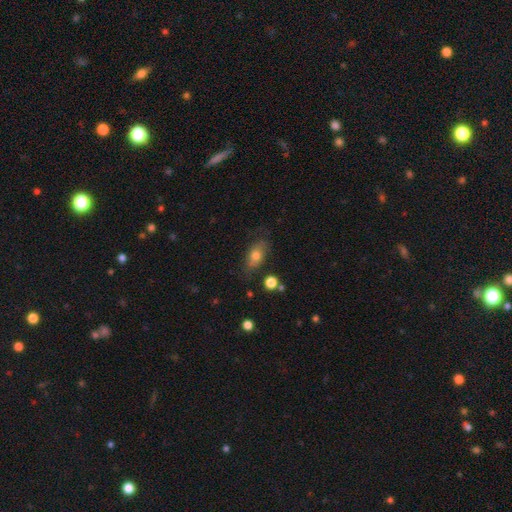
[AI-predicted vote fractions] smooth_or_featured: smooth (p=0.71) [alt: featured or disk p=0.20]
how_rounded: in between (p=0.81) [alt: round p=0.11]
merging: none (p=0.73) [alt: minor disturbance p=0.19]